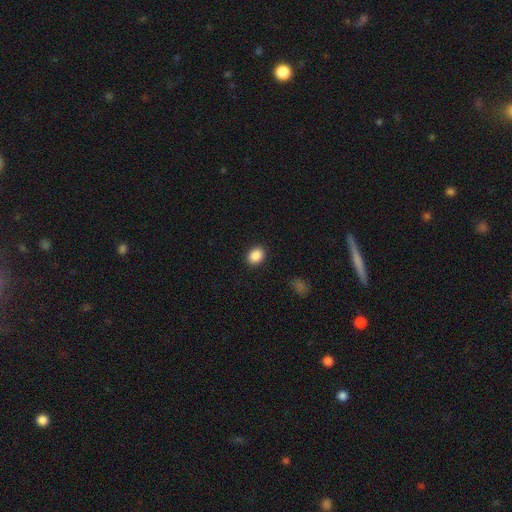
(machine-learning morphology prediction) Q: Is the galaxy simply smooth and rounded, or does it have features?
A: smooth — 88%.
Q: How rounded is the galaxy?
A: in between — 50%.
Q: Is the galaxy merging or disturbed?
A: none — 90%.